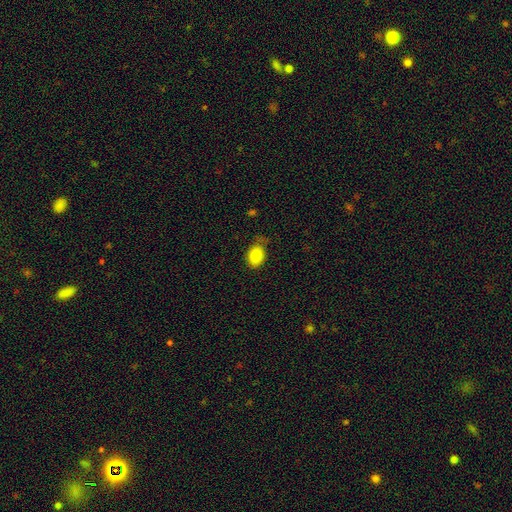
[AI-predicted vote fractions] Q: Smooth or featured?
A: smooth (84%); runner-up: star or artifact (9%)
Q: How rounded?
A: in between (70%); runner-up: round (29%)
Q: Merging?
A: none (67%); runner-up: minor disturbance (24%)